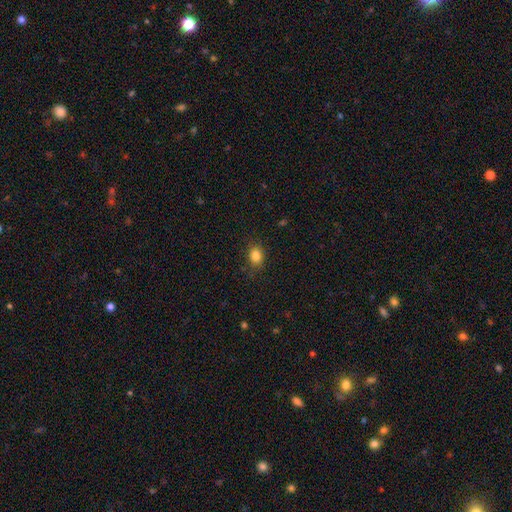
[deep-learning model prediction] smooth_or_featured: smooth (p=0.84) [alt: star or artifact p=0.11]
how_rounded: round (p=0.50) [alt: in between p=0.49]
merging: none (p=0.83) [alt: minor disturbance p=0.12]